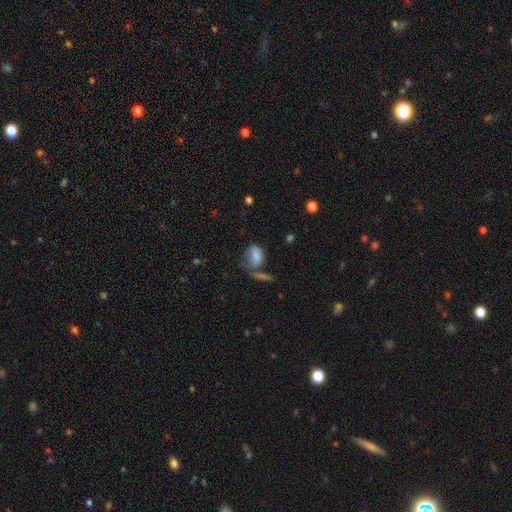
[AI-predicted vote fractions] Smooth or featured? Predicted: smooth (p=0.70). How rounded? Predicted: in between (p=0.79). Merging? Predicted: none (p=0.33).